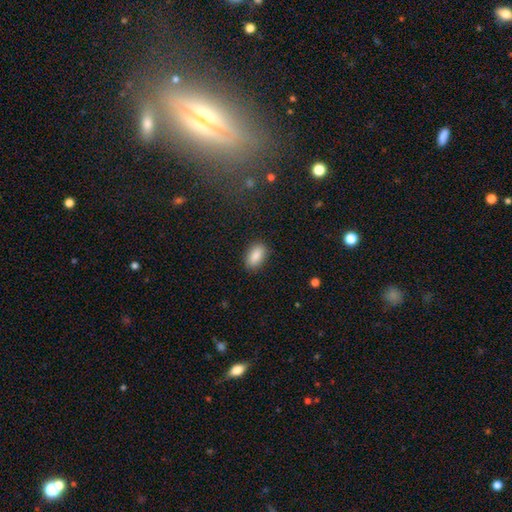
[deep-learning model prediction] A smooth galaxy with no disk features (89%) that is in between round and cigar-shaped (92%).

Vote fractions:
- Smooth or featured? smooth: 89% / star or artifact: 7% / featured or disk: 4%
- How rounded? in between: 92% / round: 5% / cigar-shaped: 3%
- Merging? none: 87% / minor disturbance: 10% / major disturbance: 2% / merger: 1%